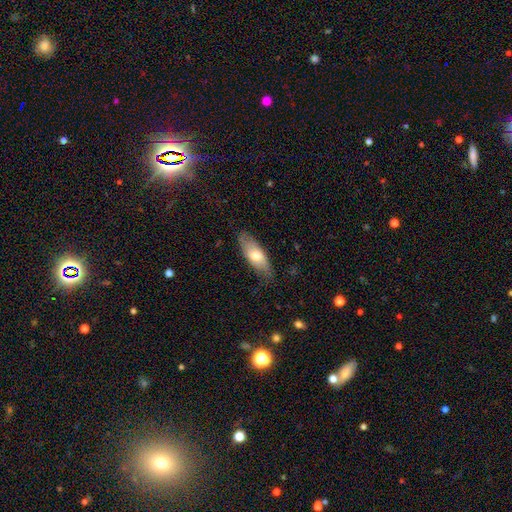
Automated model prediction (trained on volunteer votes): smooth_or_featured: smooth (p=0.68) [alt: featured or disk p=0.26]
how_rounded: in between (p=0.73) [alt: cigar-shaped p=0.24]
merging: none (p=0.75) [alt: minor disturbance p=0.20]